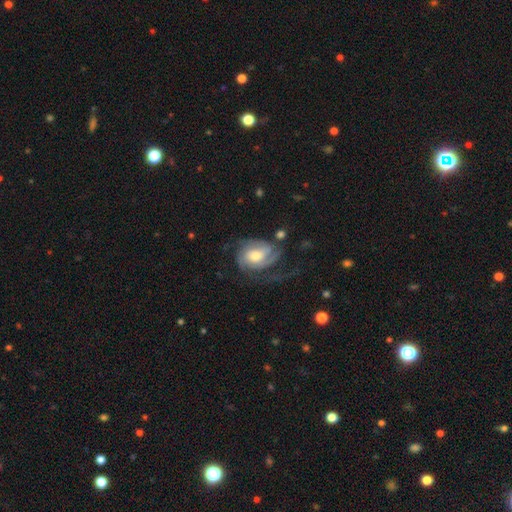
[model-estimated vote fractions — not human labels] smooth_or_featured: featured or disk (p=0.83) [alt: smooth p=0.12]
disk_edge_on: no (p=0.97) [alt: yes p=0.03]
bar: no (p=0.60) [alt: weak p=0.33]
has_spiral_arms: yes (p=0.95) [alt: no p=0.05]
spiral_winding: tight (p=0.47) [alt: medium p=0.38]
spiral_arm_count: 2 (p=0.37) [alt: 3 p=0.25]
bulge_size: moderate (p=0.63) [alt: small p=0.21]
merging: none (p=0.52) [alt: major disturbance p=0.25]